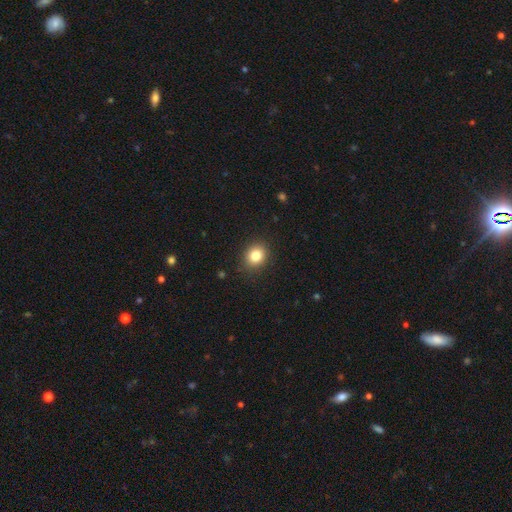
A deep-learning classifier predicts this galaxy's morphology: smooth 82%, star or artifact 11%, featured or disk 7%. Down the decision tree: how rounded — round (68%); merging — none (88%).